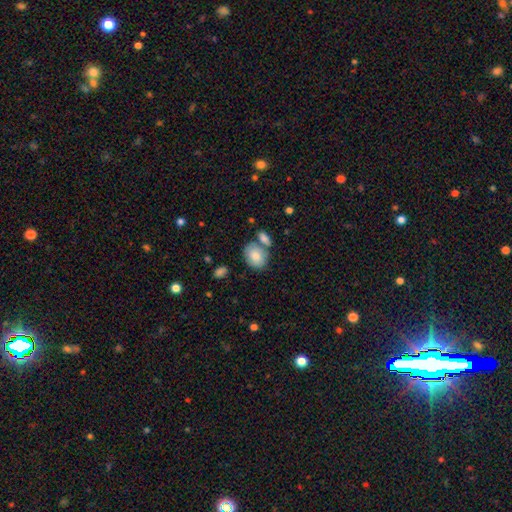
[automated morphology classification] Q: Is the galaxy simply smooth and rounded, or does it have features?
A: smooth — 78%.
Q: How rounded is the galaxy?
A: in between — 58%.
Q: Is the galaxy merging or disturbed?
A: none — 55%.